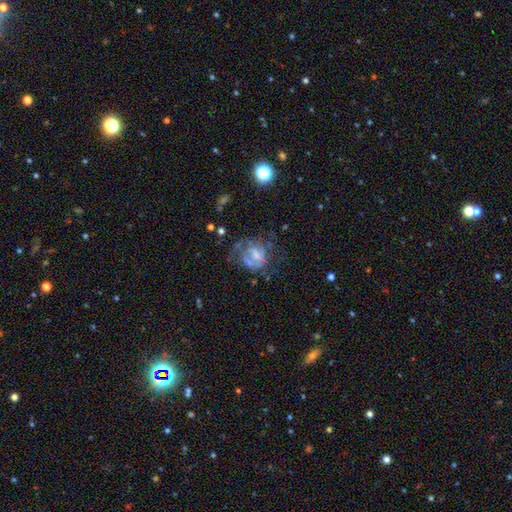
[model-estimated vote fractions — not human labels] Morphology: type=featured or disk (64%); edge-on=no (97%); bar=no (48%); spiral arms=yes (56%); bulge=moderate (32%); merging=none (39%).